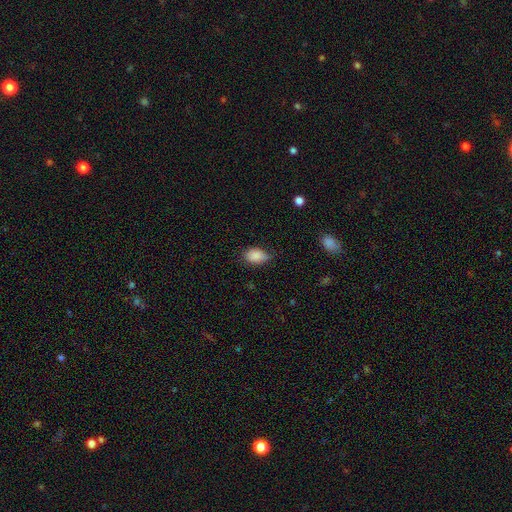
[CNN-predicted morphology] smooth_or_featured: smooth (p=0.87) [alt: star or artifact p=0.08]
how_rounded: in between (p=0.87) [alt: round p=0.12]
merging: none (p=0.55) [alt: minor disturbance p=0.37]